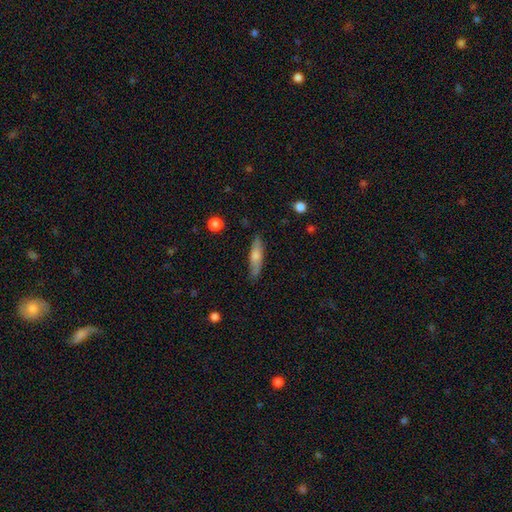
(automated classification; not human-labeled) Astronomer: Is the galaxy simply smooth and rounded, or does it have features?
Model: smooth — 60%.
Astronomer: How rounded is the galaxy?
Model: cigar-shaped — 76%.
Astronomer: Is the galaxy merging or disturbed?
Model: none — 85%.